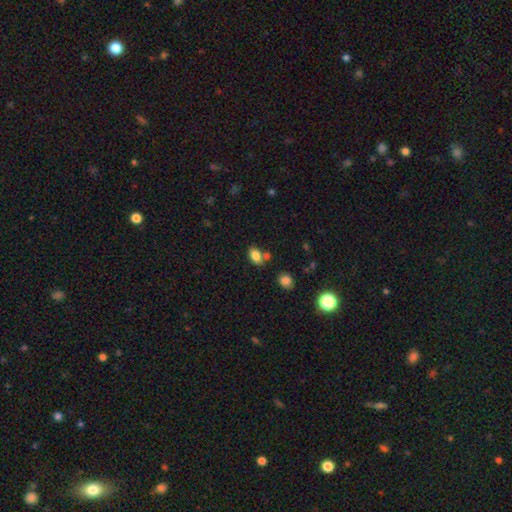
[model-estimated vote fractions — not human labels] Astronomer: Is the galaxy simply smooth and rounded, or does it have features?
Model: smooth — 83%.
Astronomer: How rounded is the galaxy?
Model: in between — 85%.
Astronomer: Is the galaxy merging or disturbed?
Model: none — 65%.